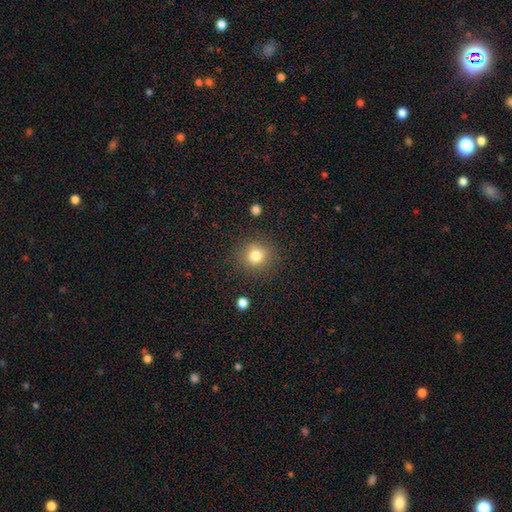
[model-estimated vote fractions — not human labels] Overall: smooth (80%). How rounded: round (88%). Merging: none (86%).